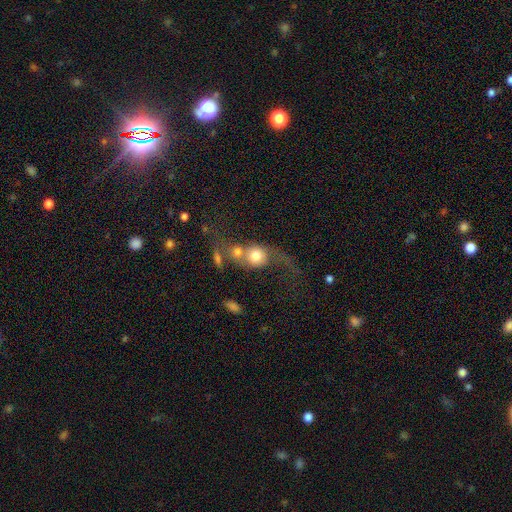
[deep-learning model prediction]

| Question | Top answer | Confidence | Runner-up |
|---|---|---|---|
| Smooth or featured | smooth | 58% | featured or disk (31%) |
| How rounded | round | 72% | in between (25%) |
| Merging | merger | 52% | major disturbance (20%) |